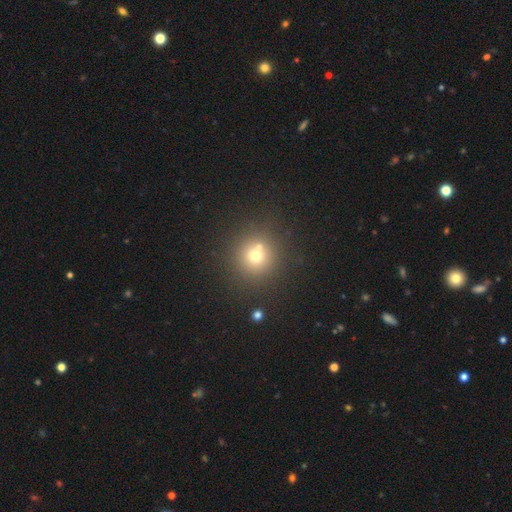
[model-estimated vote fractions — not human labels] Smooth or featured? smooth (69%)
How rounded? round (93%)
Merging? none (68%)